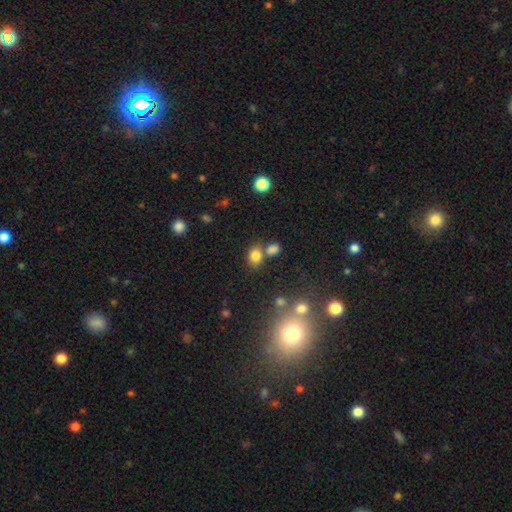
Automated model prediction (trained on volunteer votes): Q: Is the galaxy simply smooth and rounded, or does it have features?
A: smooth — 77%.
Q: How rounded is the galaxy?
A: in between — 55%.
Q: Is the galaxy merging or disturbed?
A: none — 61%.